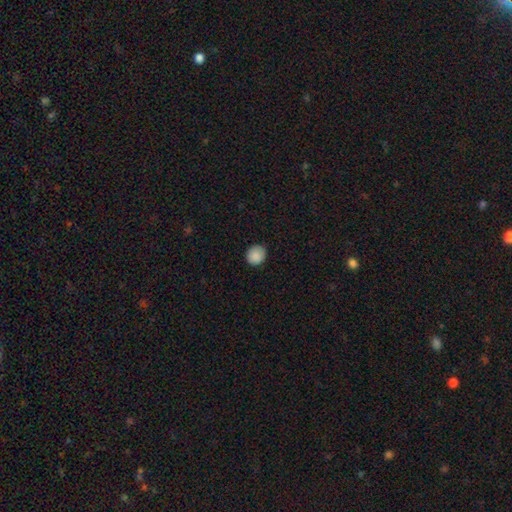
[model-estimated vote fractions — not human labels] This is clearly a smooth galaxy (89%). How rounded: clearly round (84%). Merging: clearly none (87%).